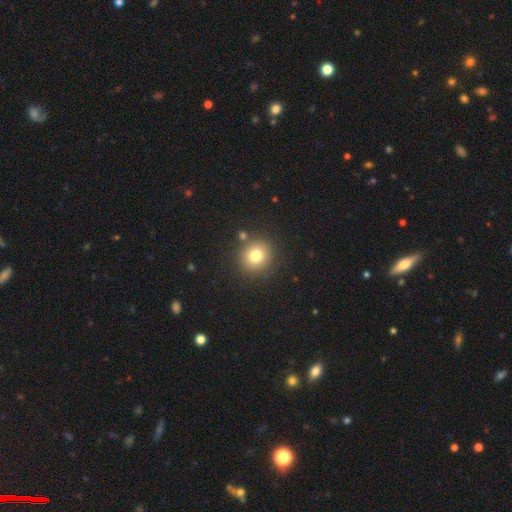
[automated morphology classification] type=smooth (79%); roundness=round (89%); merging=none (85%).